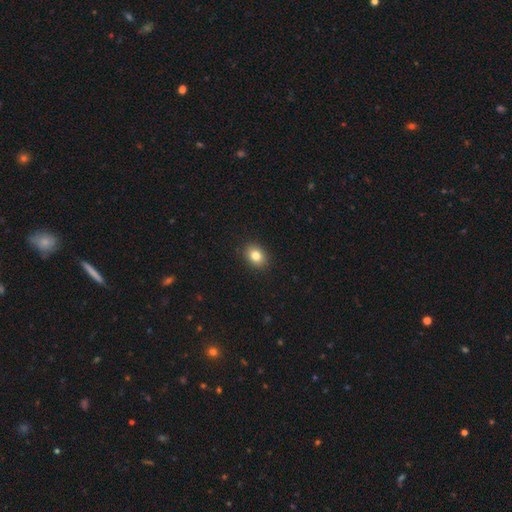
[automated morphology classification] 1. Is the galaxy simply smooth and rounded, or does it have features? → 82% smooth, 10% star or artifact, 8% featured or disk.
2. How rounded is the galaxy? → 63% in between, 36% round, 1% cigar-shaped.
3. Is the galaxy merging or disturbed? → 90% none, 7% minor disturbance, 2% major disturbance, 1% merger.